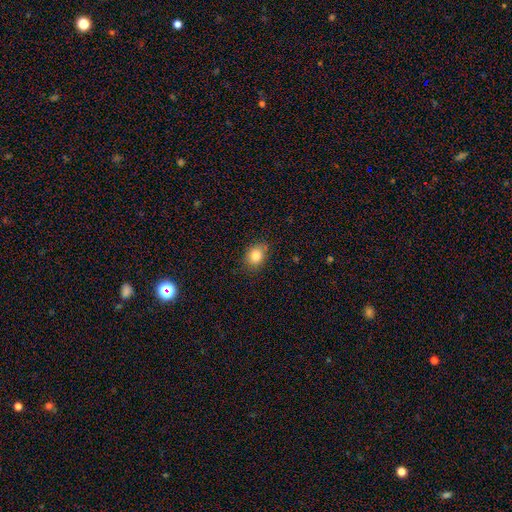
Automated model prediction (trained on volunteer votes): smooth-or-featured: smooth: 83% | star or artifact: 10% | featured or disk: 7%
  how-rounded: in between: 54% | round: 45% | cigar-shaped: 1%
  merging: none: 81% | minor disturbance: 15% | major disturbance: 3% | merger: 1%